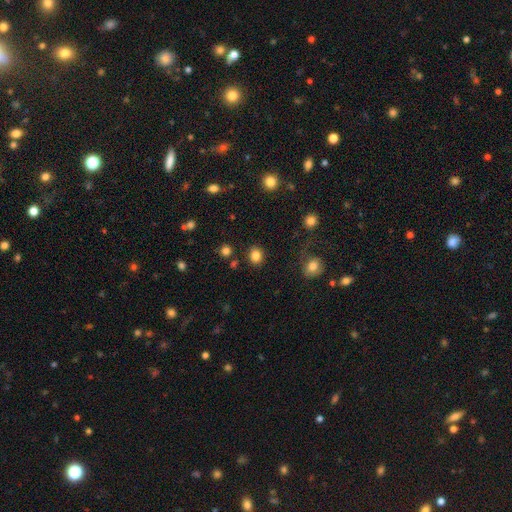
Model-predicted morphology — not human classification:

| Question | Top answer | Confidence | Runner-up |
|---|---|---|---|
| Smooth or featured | smooth | 84% | star or artifact (11%) |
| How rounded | round | 71% | in between (28%) |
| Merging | none | 87% | minor disturbance (8%) |